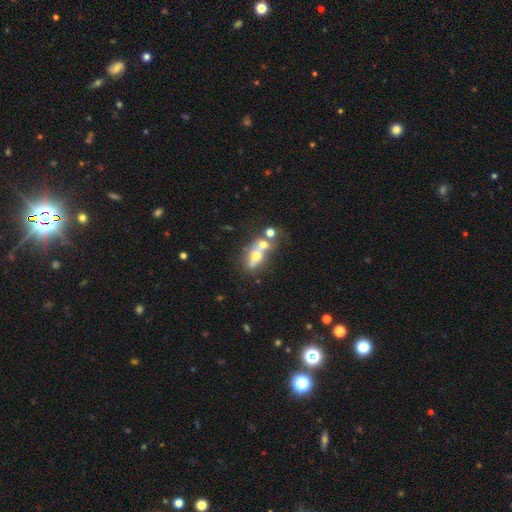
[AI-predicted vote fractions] Overall: smooth (49%; featured or disk 37%). Merging: merger (52%; none 29%).